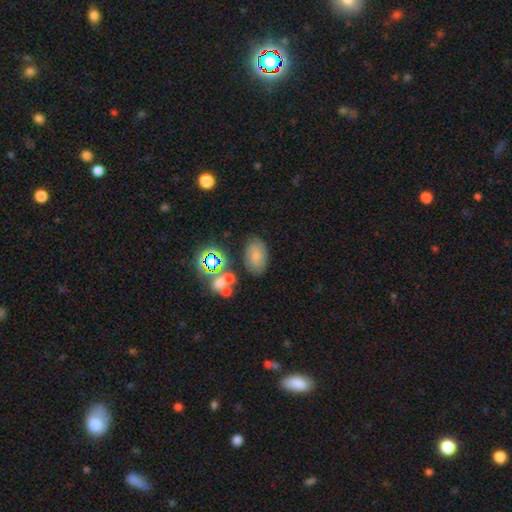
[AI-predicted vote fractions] The model was most divided on "smooth or featured": smooth: 65%, featured or disk: 19%, star or artifact: 16%. More confident: how rounded — in between (86%); merging — none (71%).